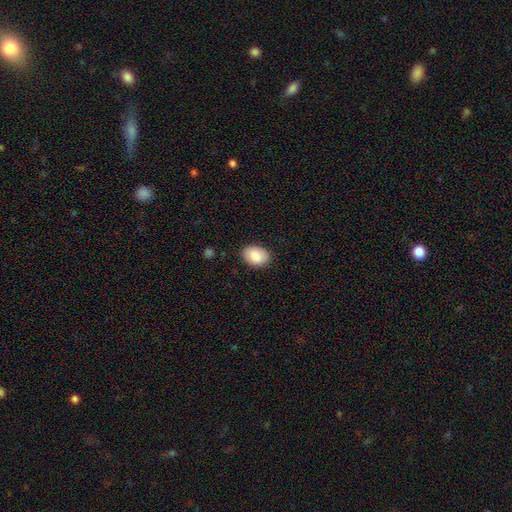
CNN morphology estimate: Smooth or featured: smooth — 87% (featured or disk — 7%)
How rounded: in between — 83% (round — 16%)
Merging: none — 87% (minor disturbance — 10%)